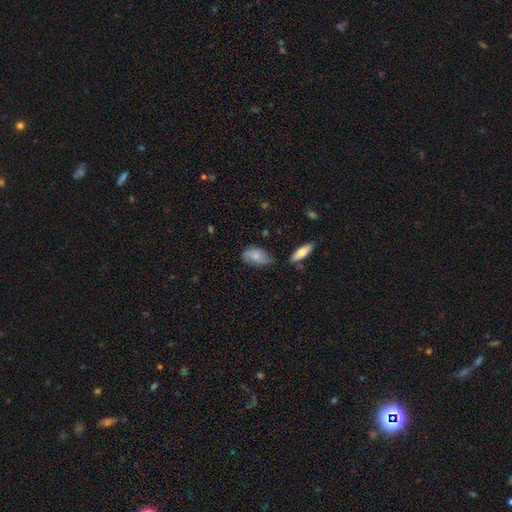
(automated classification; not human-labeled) smooth 66%, featured or disk 26%, star or artifact 7%. Down the decision tree: how rounded — in between (90%); merging — none (50%).